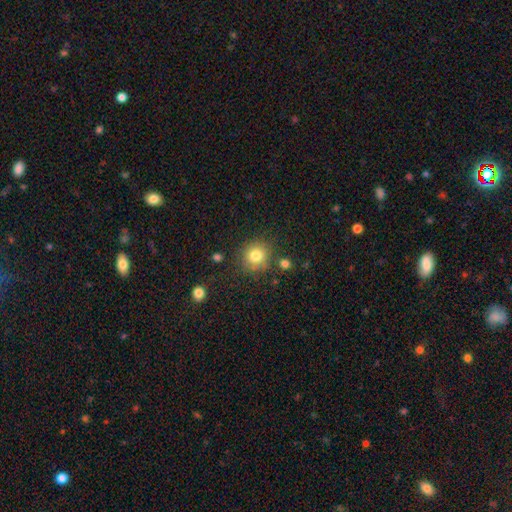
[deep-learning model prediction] Smooth or featured?
  - smooth: 81% *
  - star or artifact: 11%
  - featured or disk: 8%
How rounded?
  - round: 87% *
  - in between: 12%
  - cigar-shaped: 1%
Merging?
  - none: 80% *
  - minor disturbance: 11%
  - merger: 5%
  - major disturbance: 4%